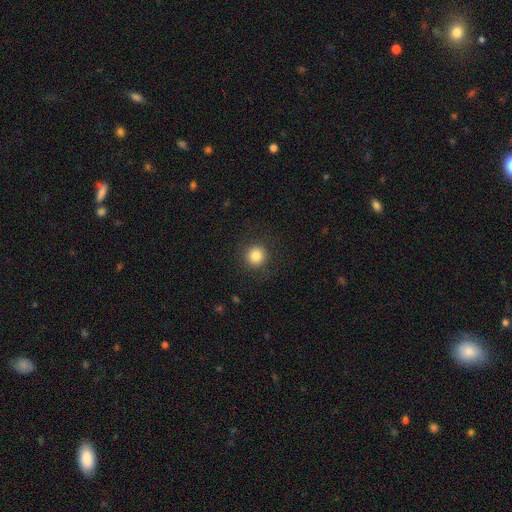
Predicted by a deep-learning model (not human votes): Smooth or featured?
  - smooth: 83% *
  - star or artifact: 11%
  - featured or disk: 6%
How rounded?
  - round: 95% *
  - in between: 4%
  - cigar-shaped: 1%
Merging?
  - none: 90% *
  - minor disturbance: 6%
  - major disturbance: 3%
  - merger: 1%